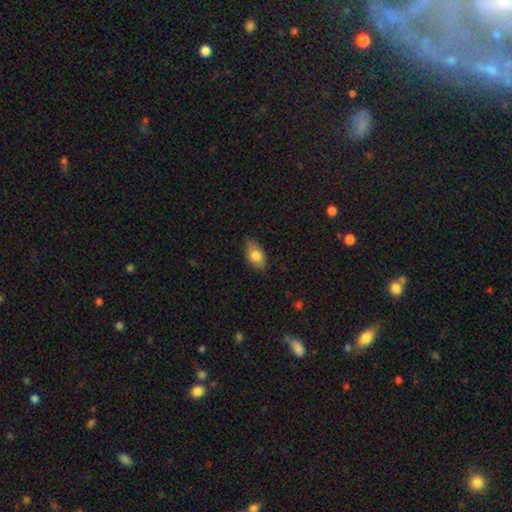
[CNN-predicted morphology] A smooth galaxy with no disk features (79%) that is in between round and cigar-shaped (90%).

Vote fractions:
- Smooth or featured? smooth: 79% / featured or disk: 14% / star or artifact: 7%
- How rounded? in between: 90% / round: 7% / cigar-shaped: 4%
- Merging? none: 77% / minor disturbance: 19% / major disturbance: 3% / merger: 1%